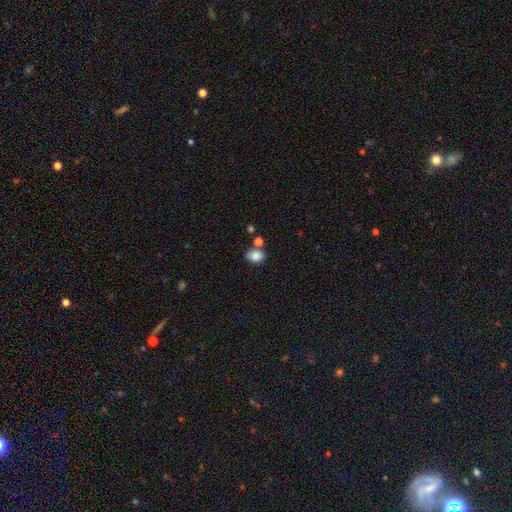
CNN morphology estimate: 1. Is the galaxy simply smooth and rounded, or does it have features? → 85% smooth, 9% star or artifact, 5% featured or disk.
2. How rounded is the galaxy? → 59% in between, 40% round, 1% cigar-shaped.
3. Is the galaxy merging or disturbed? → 66% none, 16% merger, 14% minor disturbance, 4% major disturbance.